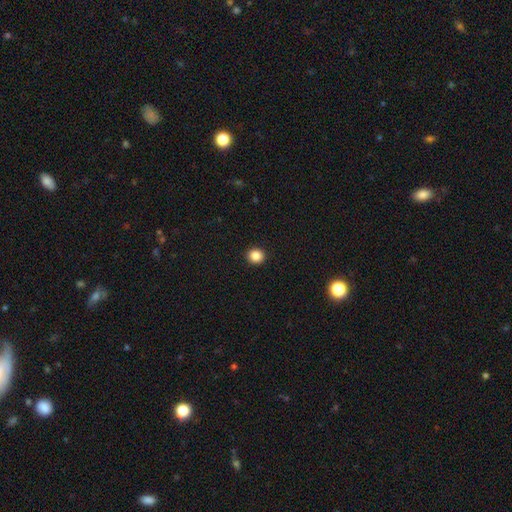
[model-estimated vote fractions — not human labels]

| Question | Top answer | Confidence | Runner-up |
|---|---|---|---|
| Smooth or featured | smooth | 86% | star or artifact (11%) |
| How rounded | round | 89% | in between (10%) |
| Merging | none | 93% | minor disturbance (4%) |